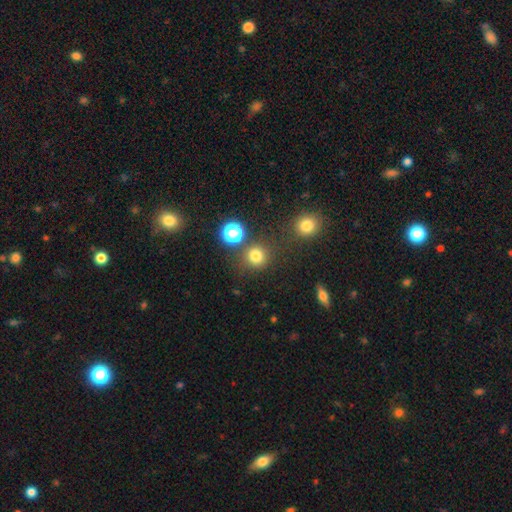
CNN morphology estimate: The model was most divided on "smooth or featured": smooth: 77%, star or artifact: 18%, featured or disk: 6%. More confident: how rounded — round (91%); merging — none (80%).